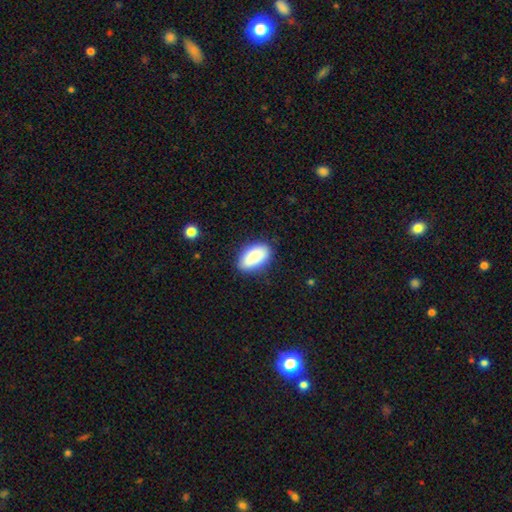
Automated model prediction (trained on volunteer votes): The model was most divided on "merging": none: 82%, minor disturbance: 13%, major disturbance: 3%, merger: 1%. More confident: how rounded — in between (92%); smooth or featured — smooth (85%).